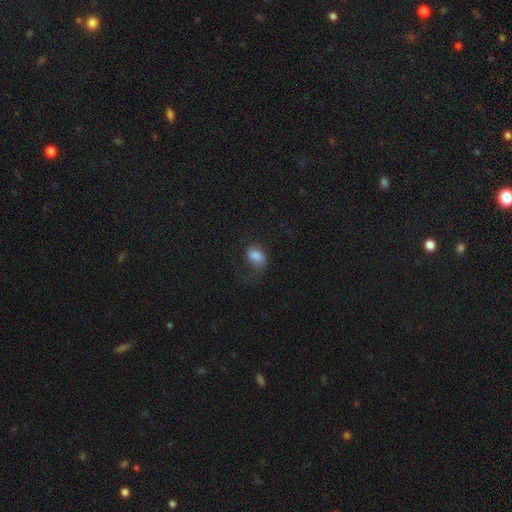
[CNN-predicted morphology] smooth-or-featured: smooth: 75% | featured or disk: 15% | star or artifact: 10%
  how-rounded: in between: 81% | round: 18% | cigar-shaped: 2%
  merging: none: 38% | major disturbance: 36% | minor disturbance: 24% | merger: 2%